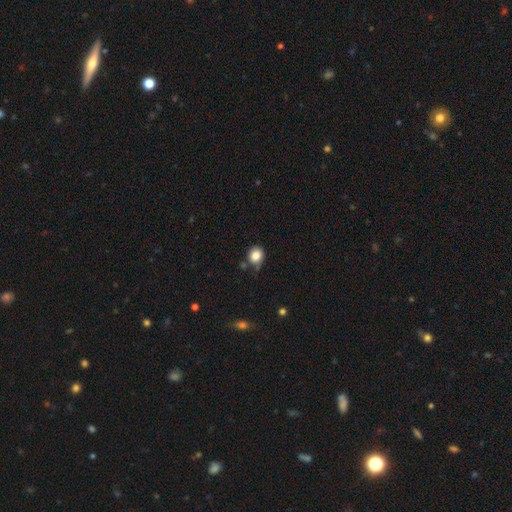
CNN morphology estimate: smooth 84%, star or artifact 10%, featured or disk 6%. Down the decision tree: how rounded — round (79%); merging — none (69%).